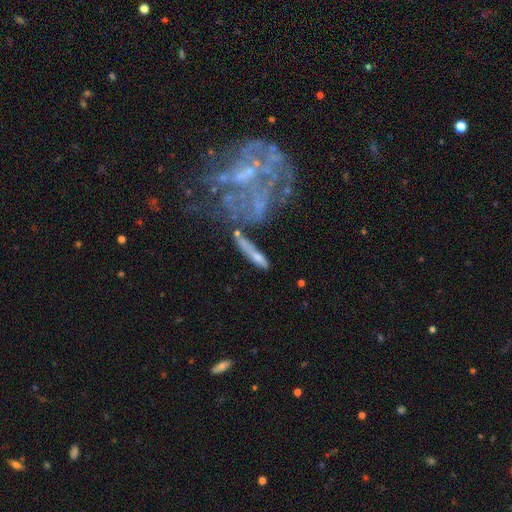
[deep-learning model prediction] Q: Smooth or featured?
A: smooth (56%); runner-up: featured or disk (36%)
Q: How rounded?
A: cigar-shaped (75%); runner-up: in between (20%)
Q: Merging?
A: none (44%); runner-up: minor disturbance (22%)